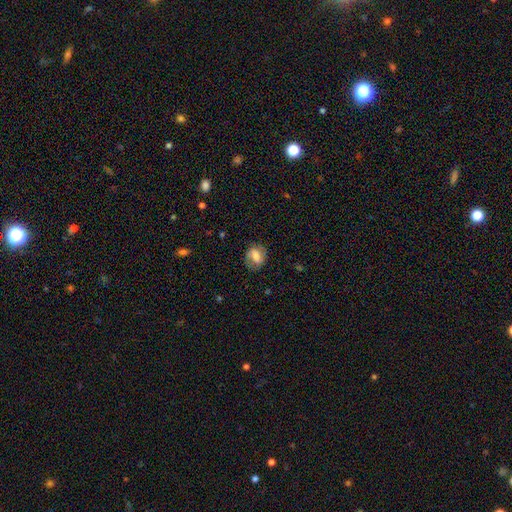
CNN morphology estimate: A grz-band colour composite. It shows a smooth galaxy with no disk features (57%) that is in between round and cigar-shaped (59%). Merging: none (72%).